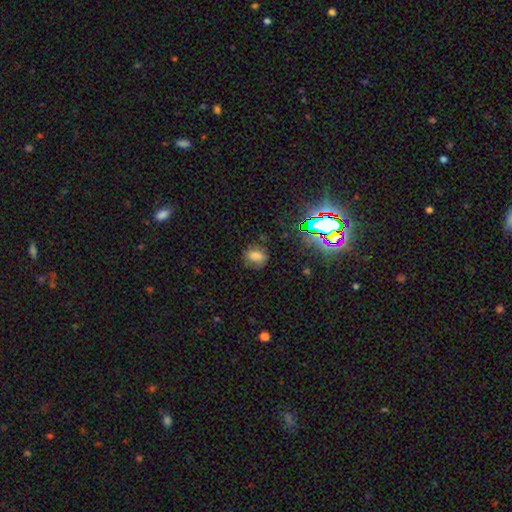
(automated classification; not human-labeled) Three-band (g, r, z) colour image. It shows a smooth galaxy with no disk features (67%) that is in between round and cigar-shaped (59%). Merging: none (73%).